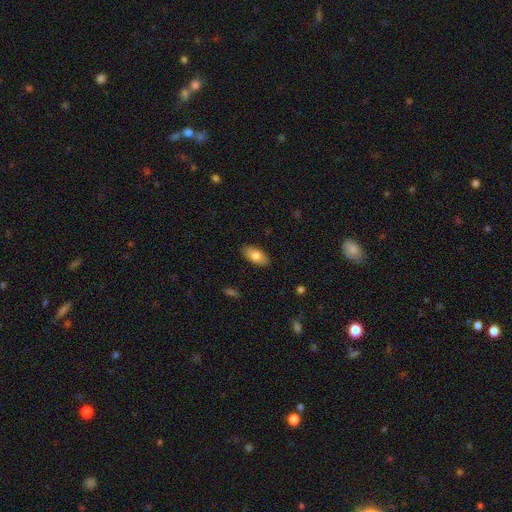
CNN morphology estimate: The model was most divided on "smooth or featured": smooth: 78%, featured or disk: 16%, star or artifact: 6%. More confident: how rounded — in between (92%); merging — none (88%).